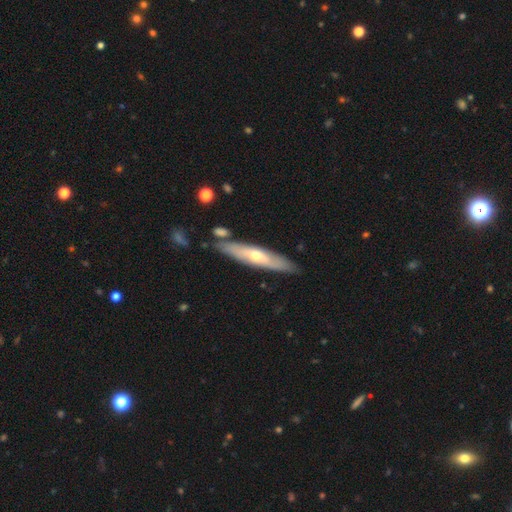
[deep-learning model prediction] A featured or disk galaxy (57%) viewed edge-on (72%). Merging: none (81%).